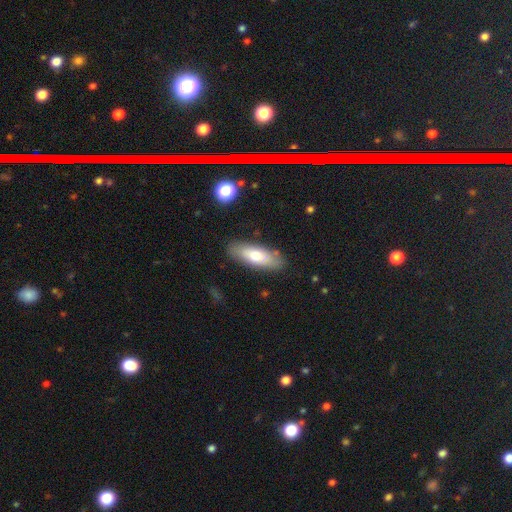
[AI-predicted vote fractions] Smooth or featured?
  - smooth: 68% *
  - featured or disk: 26%
  - star or artifact: 6%
How rounded?
  - in between: 63% *
  - cigar-shaped: 35%
  - round: 2%
Merging?
  - none: 83% *
  - minor disturbance: 12%
  - major disturbance: 3%
  - merger: 2%